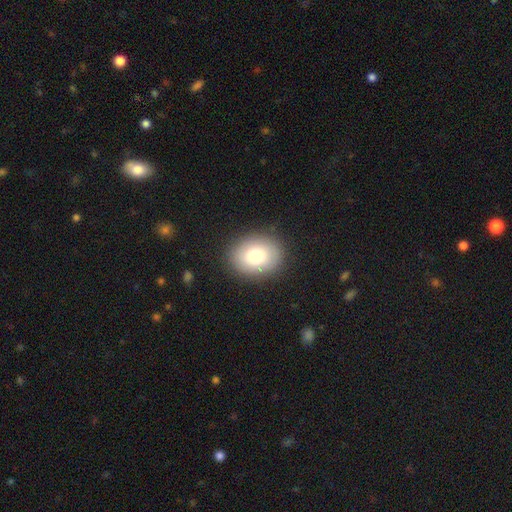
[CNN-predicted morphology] smooth 80%, featured or disk 11%, star or artifact 9%. Down the decision tree: how rounded — in between (56%); merging — none (87%).